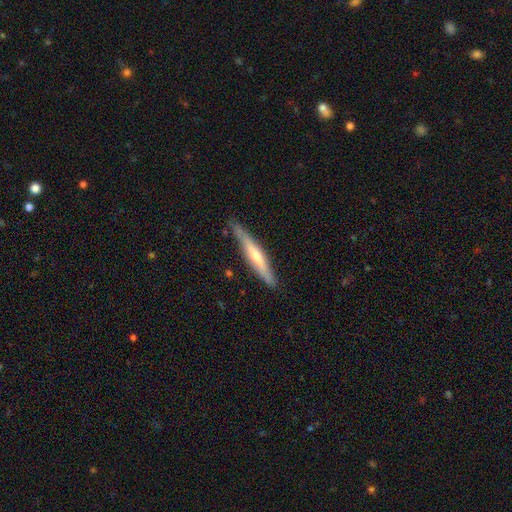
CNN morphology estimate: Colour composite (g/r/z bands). It shows a featured or disk galaxy (63%) viewed edge-on (94%) with a rounded central bulge (74%). Merging: none (84%).